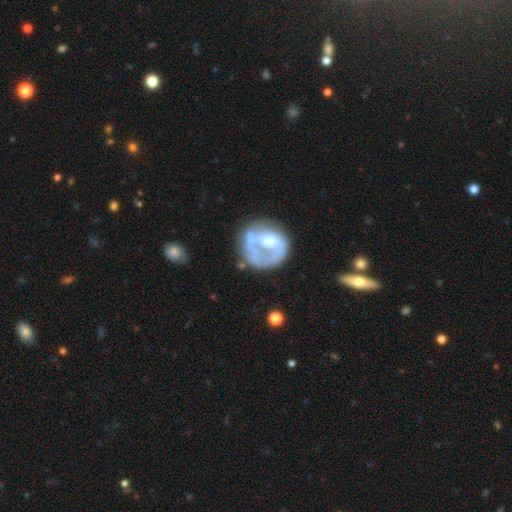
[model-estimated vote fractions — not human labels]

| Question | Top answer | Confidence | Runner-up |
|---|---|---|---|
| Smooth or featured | featured or disk | 60% | smooth (32%) |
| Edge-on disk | no | 98% | yes (2%) |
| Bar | no | 68% | weak (23%) |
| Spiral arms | no | 61% | yes (39%) |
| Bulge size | moderate | 45% | none (22%) |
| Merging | none | 48% | major disturbance (26%) |